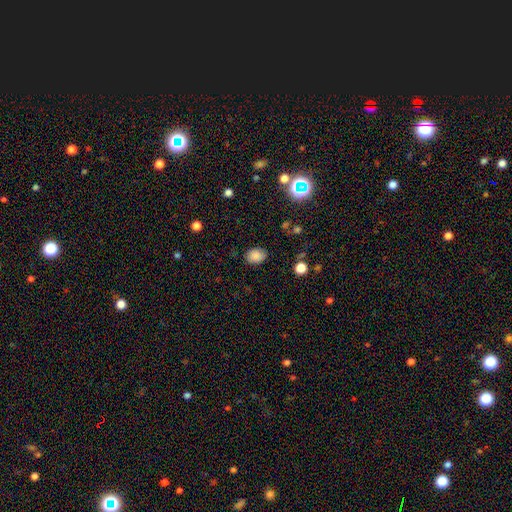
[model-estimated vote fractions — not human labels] smooth_or_featured: smooth (p=0.82) [alt: star or artifact p=0.11]
how_rounded: in between (p=0.59) [alt: round p=0.40]
merging: none (p=0.81) [alt: minor disturbance p=0.14]